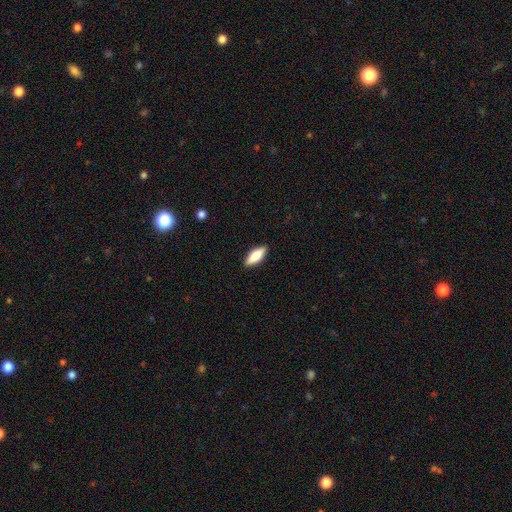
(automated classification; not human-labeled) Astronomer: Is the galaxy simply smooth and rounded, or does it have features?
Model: smooth — 76%.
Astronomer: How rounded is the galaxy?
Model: in between — 66%.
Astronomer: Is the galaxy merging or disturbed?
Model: none — 89%.